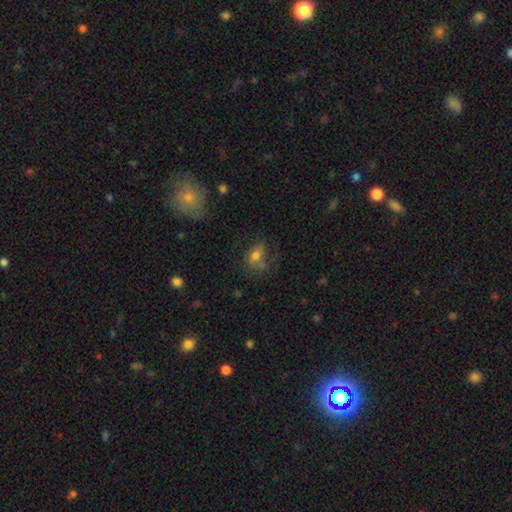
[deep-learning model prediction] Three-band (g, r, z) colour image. It shows a smooth galaxy with no disk features (58%) that is in between round and cigar-shaped (72%). Merging: none (50%).